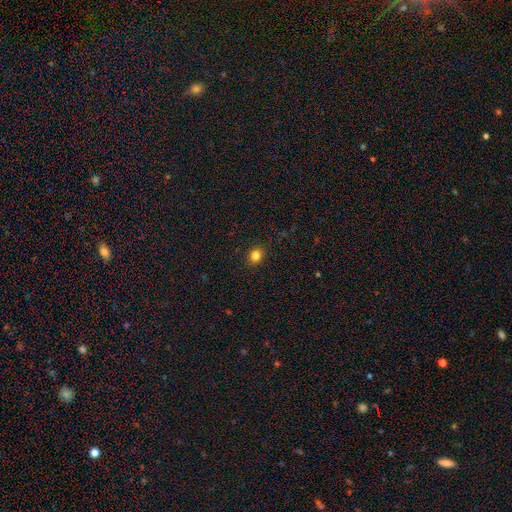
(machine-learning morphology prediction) A smooth galaxy with no disk features (83%) that is round (70%).

Vote fractions:
- Smooth or featured? smooth: 83% / star or artifact: 12% / featured or disk: 5%
- How rounded? round: 70% / in between: 29% / cigar-shaped: 1%
- Merging? none: 90% / minor disturbance: 7% / major disturbance: 2% / merger: 1%